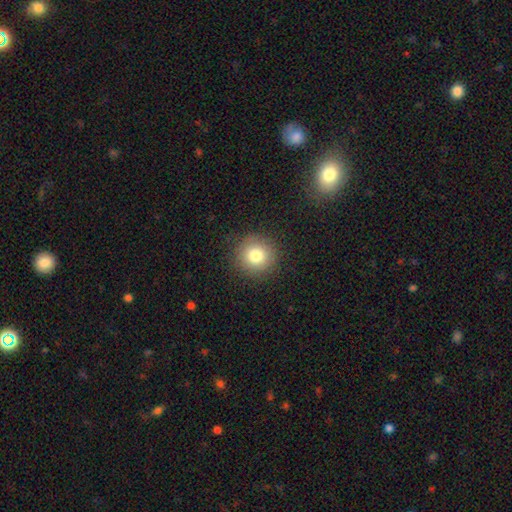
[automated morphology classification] This appears to be a smooth galaxy with no disk features (80%) that is round (94%). Merging: none (90%).